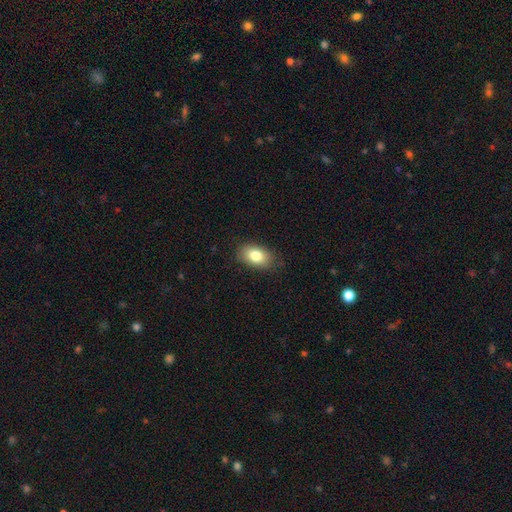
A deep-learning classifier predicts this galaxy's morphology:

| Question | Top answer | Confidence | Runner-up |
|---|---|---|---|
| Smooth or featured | smooth | 81% | featured or disk (11%) |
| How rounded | in between | 88% | round (11%) |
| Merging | none | 83% | minor disturbance (13%) |